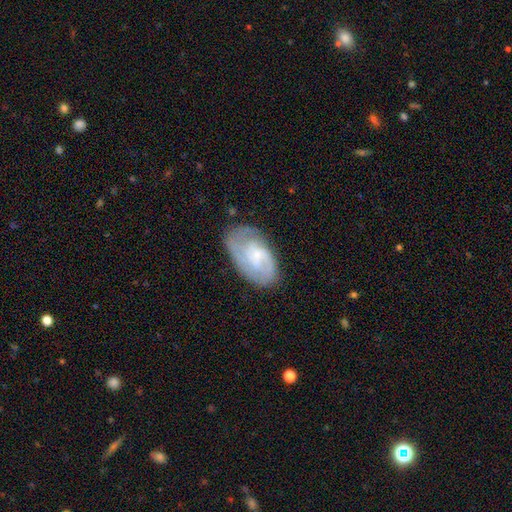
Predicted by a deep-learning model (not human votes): A featured or disk galaxy (72%) with no bar (51%), 2 (51%) tight (45%) spiral arms (91%) and a small central bulge (64%). Merging: none (69%).